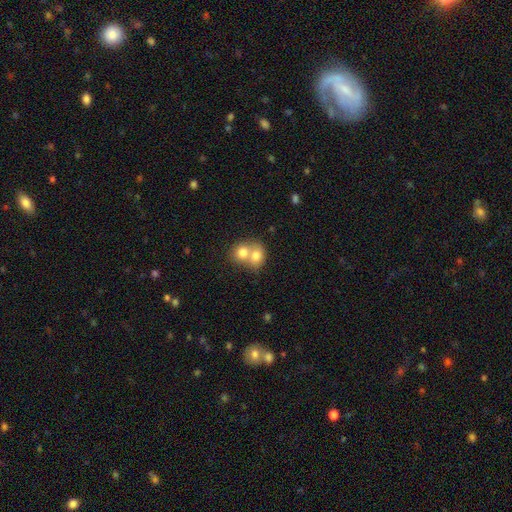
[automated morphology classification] Smooth or featured?
  - smooth: 73% *
  - featured or disk: 18%
  - star or artifact: 8%
How rounded?
  - round: 62% *
  - in between: 37%
  - cigar-shaped: 1%
Merging?
  - merger: 74% *
  - none: 19%
  - minor disturbance: 5%
  - major disturbance: 2%